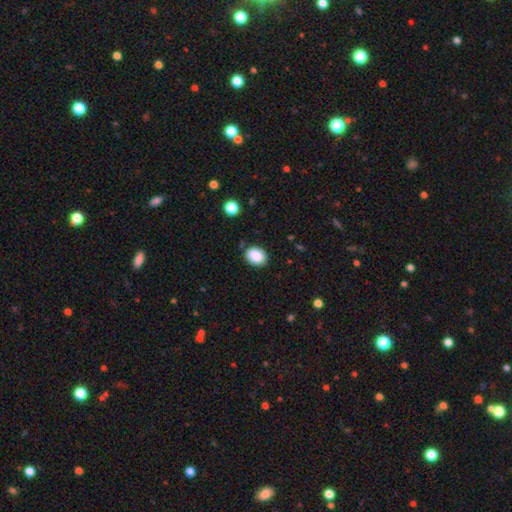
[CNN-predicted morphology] Q: Smooth or featured?
A: smooth (88%); runner-up: star or artifact (8%)
Q: How rounded?
A: in between (58%); runner-up: round (41%)
Q: Merging?
A: none (83%); runner-up: minor disturbance (12%)